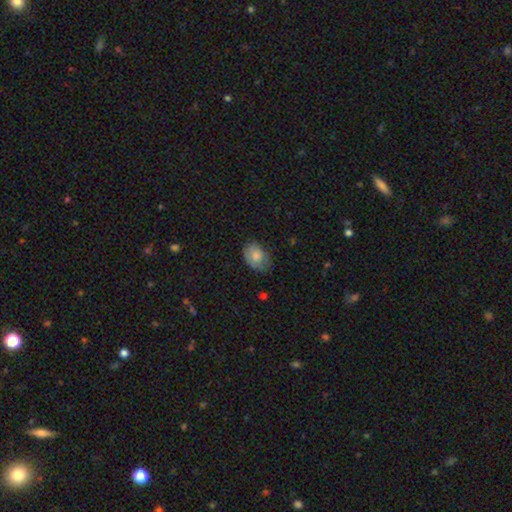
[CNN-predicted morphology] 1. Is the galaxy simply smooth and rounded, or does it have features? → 75% smooth, 18% featured or disk, 8% star or artifact.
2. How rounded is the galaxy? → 78% in between, 21% round, 1% cigar-shaped.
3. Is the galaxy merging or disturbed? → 57% none, 32% minor disturbance, 10% major disturbance, 1% merger.